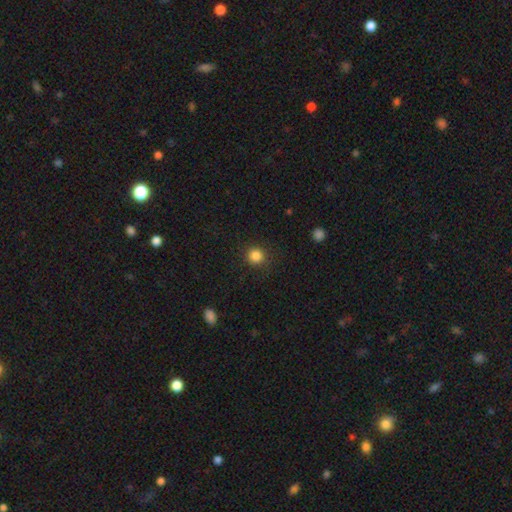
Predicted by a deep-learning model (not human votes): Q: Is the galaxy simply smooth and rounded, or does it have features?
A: smooth — 85%.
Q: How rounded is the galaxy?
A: round — 93%.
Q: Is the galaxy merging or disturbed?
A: none — 90%.